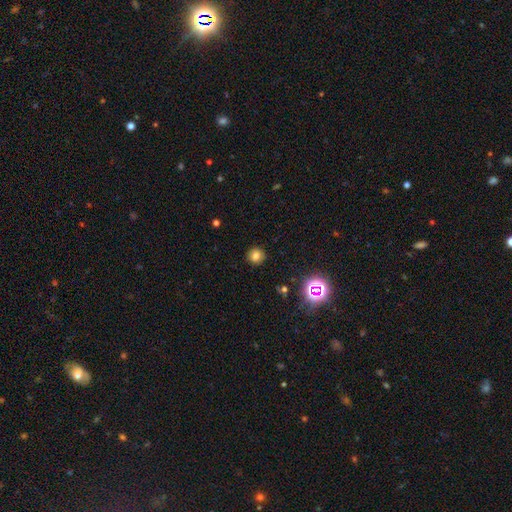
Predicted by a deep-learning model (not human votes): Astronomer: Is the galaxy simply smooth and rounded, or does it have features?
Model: smooth — 77%.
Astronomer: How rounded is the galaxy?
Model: round — 92%.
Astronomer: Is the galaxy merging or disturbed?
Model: none — 91%.